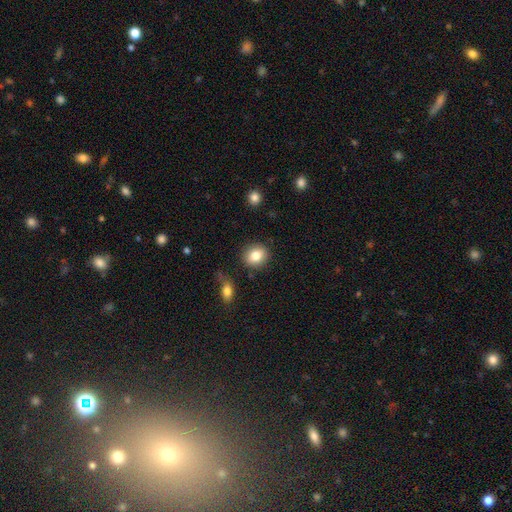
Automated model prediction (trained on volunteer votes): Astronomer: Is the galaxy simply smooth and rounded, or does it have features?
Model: smooth — 83%.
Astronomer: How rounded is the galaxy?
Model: round — 73%.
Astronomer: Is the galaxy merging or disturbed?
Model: none — 86%.